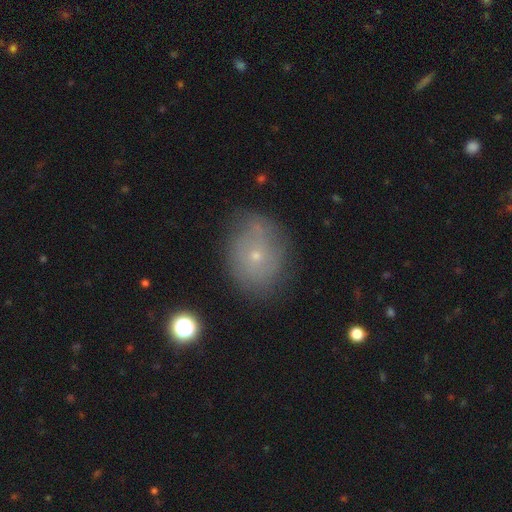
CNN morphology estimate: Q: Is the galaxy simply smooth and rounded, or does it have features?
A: smooth — 45%.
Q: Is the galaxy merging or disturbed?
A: none — 69%.